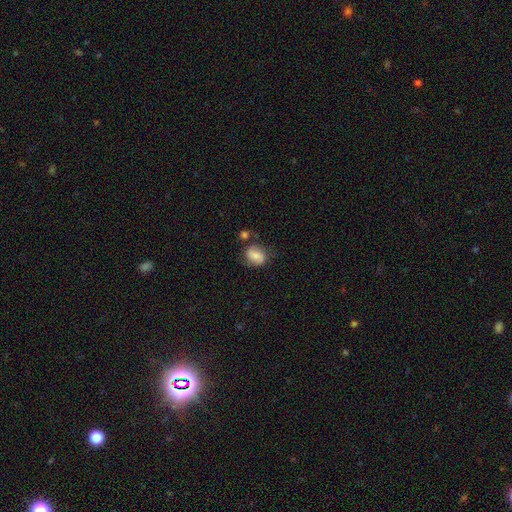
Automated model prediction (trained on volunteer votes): A smooth galaxy with no disk features (71%) that is in between round and cigar-shaped (60%). Merging: none (60%).